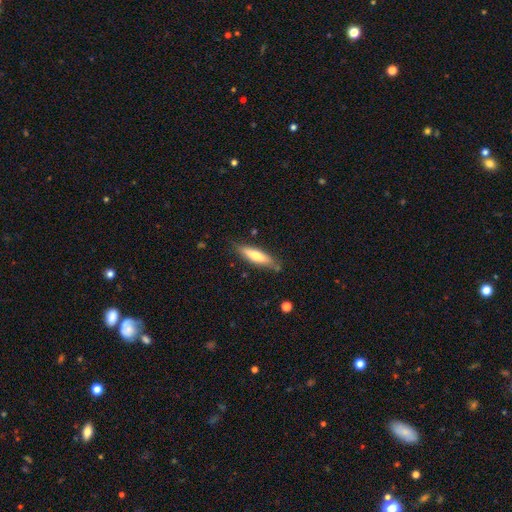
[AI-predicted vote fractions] smooth-or-featured: smooth: 63% | featured or disk: 31% | star or artifact: 6%
  how-rounded: cigar-shaped: 74% | in between: 25% | round: 1%
  merging: none: 78% | minor disturbance: 16% | major disturbance: 3% | merger: 3%